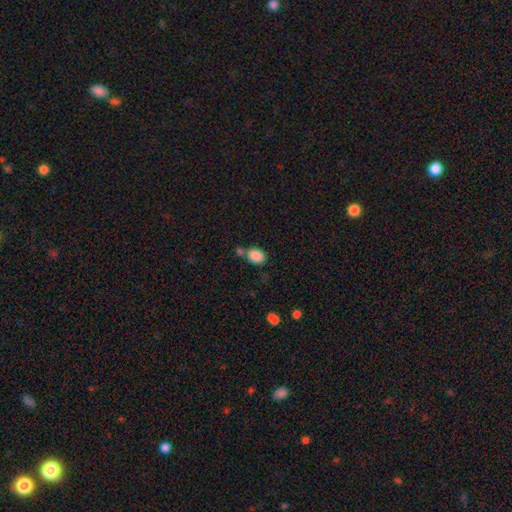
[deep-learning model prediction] The model was most divided on "merging": none: 56%, merger: 25%, minor disturbance: 15%, major disturbance: 5%. More confident: smooth or featured — smooth (87%); how rounded — in between (65%).